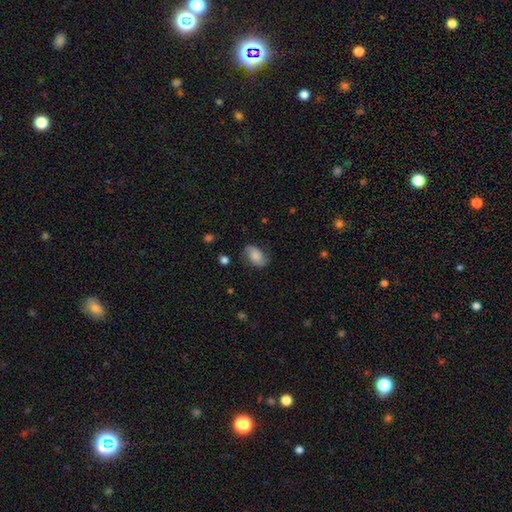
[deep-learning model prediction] Overall: featured or disk (49%; smooth 42%). Merging: none (75%).